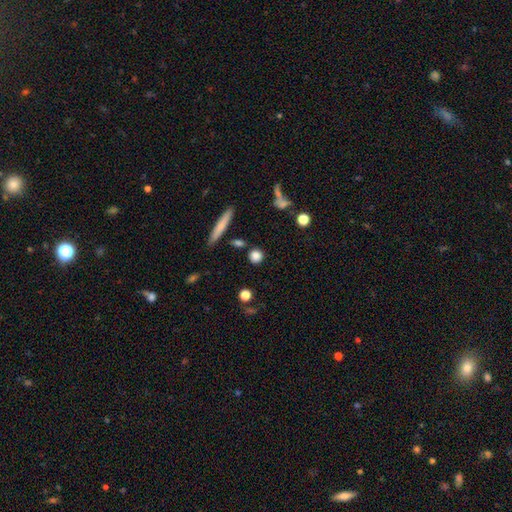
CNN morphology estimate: type=smooth (83%); roundness=round (81%); merging=none (84%).